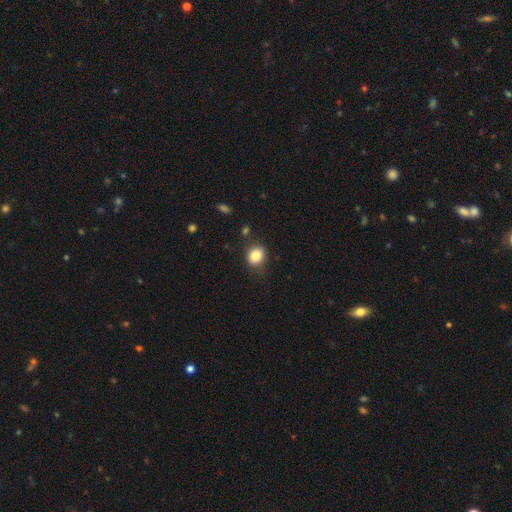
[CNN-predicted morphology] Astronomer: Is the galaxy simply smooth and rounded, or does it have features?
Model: smooth — 85%.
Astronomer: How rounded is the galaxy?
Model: round — 70%.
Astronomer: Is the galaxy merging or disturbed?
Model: none — 81%.